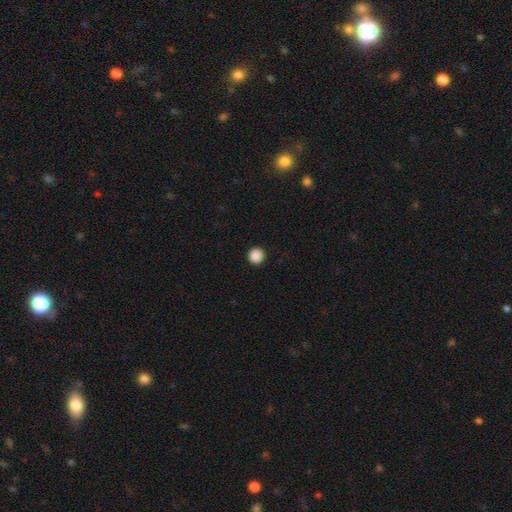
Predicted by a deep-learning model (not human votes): Smooth or featured: smooth — 89% (star or artifact — 9%)
How rounded: round — 94% (in between — 5%)
Merging: none — 93% (minor disturbance — 4%)